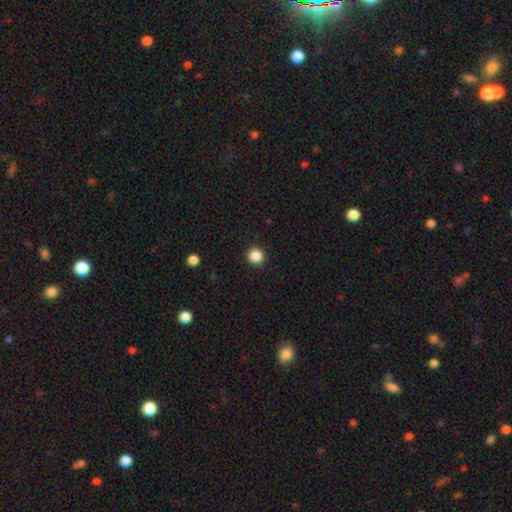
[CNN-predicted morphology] smooth-or-featured: smooth: 86% | star or artifact: 11% | featured or disk: 3%
  how-rounded: round: 95% | in between: 4% | cigar-shaped: 1%
  merging: none: 93% | minor disturbance: 5% | major disturbance: 2% | merger: 1%